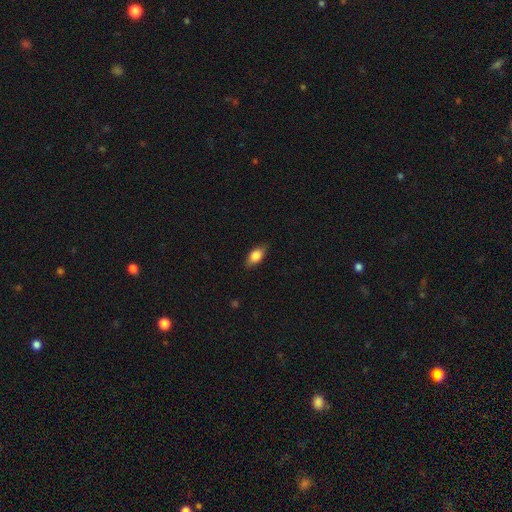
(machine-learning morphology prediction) type=smooth (81%); roundness=in between (87%); merging=none (83%).